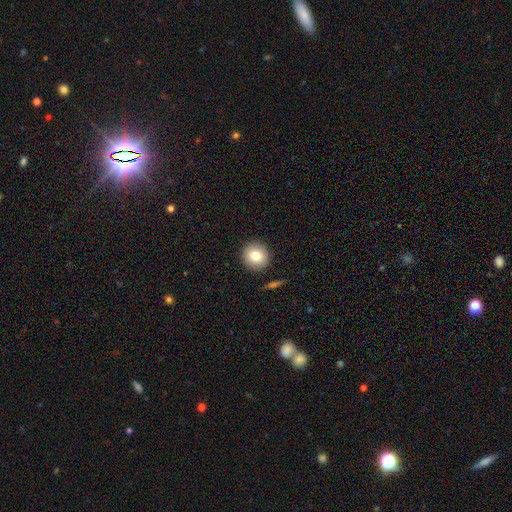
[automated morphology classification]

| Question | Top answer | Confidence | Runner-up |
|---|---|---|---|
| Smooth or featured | smooth | 80% | featured or disk (11%) |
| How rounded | round | 94% | in between (5%) |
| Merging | none | 90% | minor disturbance (6%) |